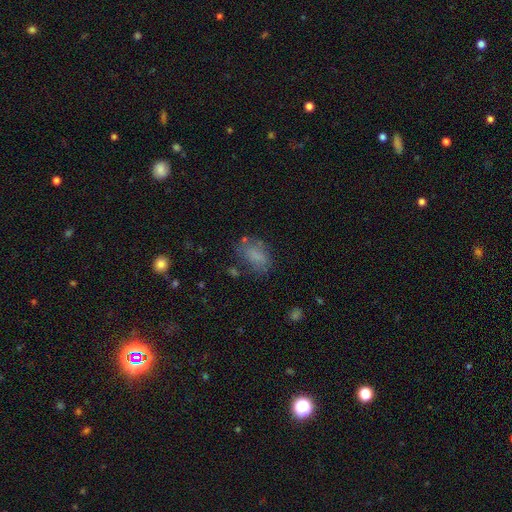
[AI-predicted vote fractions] This is likely a smooth galaxy (73%). How rounded: clearly in between (87%). Merging: possibly none (58%).